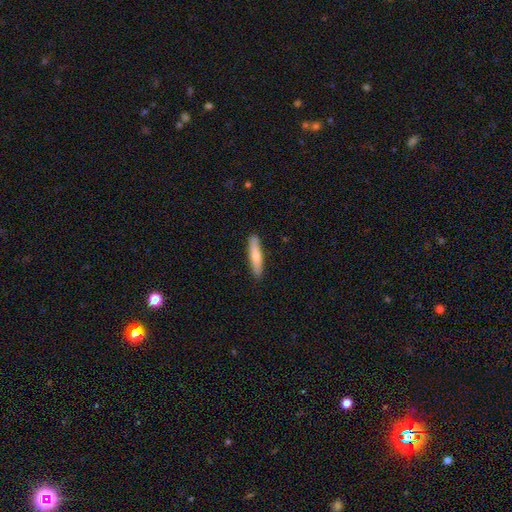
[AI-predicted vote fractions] smooth-or-featured: smooth: 70% | featured or disk: 25% | star or artifact: 5%
  how-rounded: cigar-shaped: 87% | in between: 11% | round: 1%
  merging: none: 89% | minor disturbance: 8% | major disturbance: 1% | merger: 1%